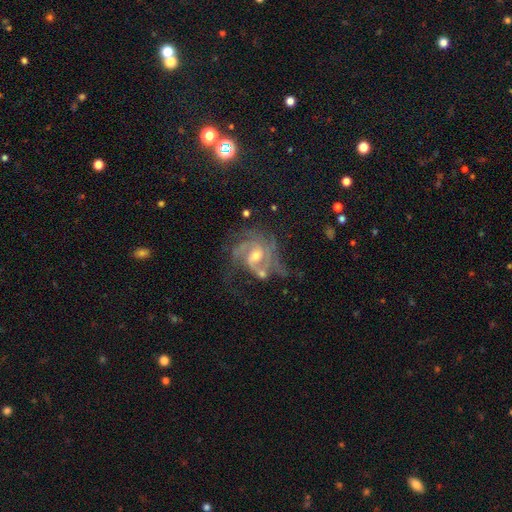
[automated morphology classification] Overall: featured or disk (87%). Edge-on disk: no (98%). Bar: no (49%; weak 41%). Spiral arms: yes (96%). Spiral arm count: 3 (31%; 2 23%). Spiral winding: tight (47%; medium 41%). Bulge size: moderate (57%; small 37%). Merging: none (49%; major disturbance 22%).